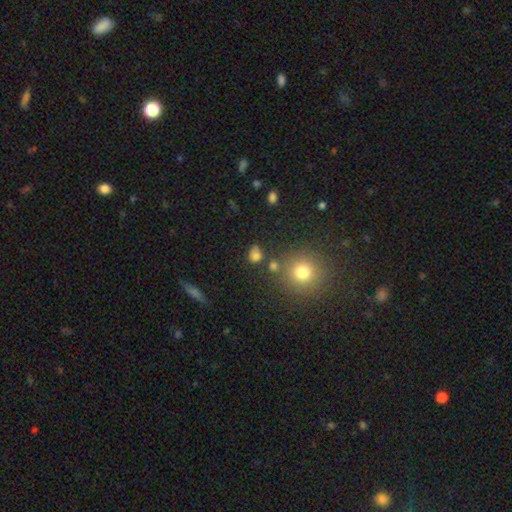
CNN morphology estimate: Smooth or featured?
  - smooth: 74% *
  - star or artifact: 18%
  - featured or disk: 8%
How rounded?
  - round: 57% *
  - in between: 41%
  - cigar-shaped: 2%
Merging?
  - none: 67% *
  - minor disturbance: 16%
  - merger: 10%
  - major disturbance: 7%